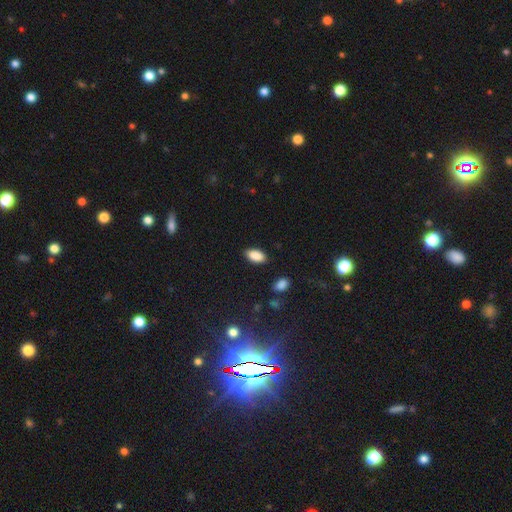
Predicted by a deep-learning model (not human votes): Smooth or featured?
  - smooth: 88% *
  - star or artifact: 7%
  - featured or disk: 4%
How rounded?
  - in between: 92% *
  - cigar-shaped: 5%
  - round: 3%
Merging?
  - none: 86% *
  - minor disturbance: 10%
  - major disturbance: 2%
  - merger: 1%